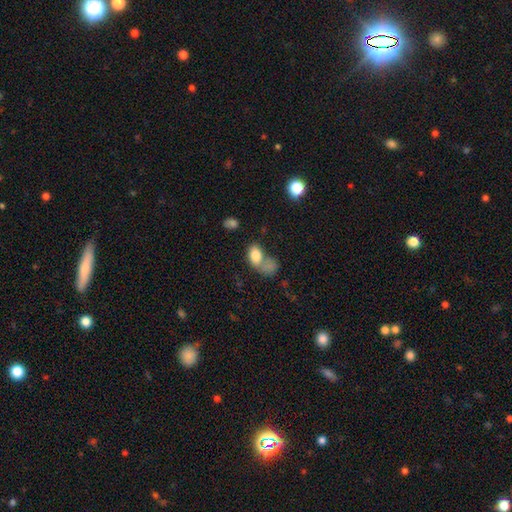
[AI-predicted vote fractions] The model was most divided on "merging": merger: 47%, none: 22%, major disturbance: 18%, minor disturbance: 13%. More confident: how rounded — in between (81%); smooth or featured — smooth (78%).